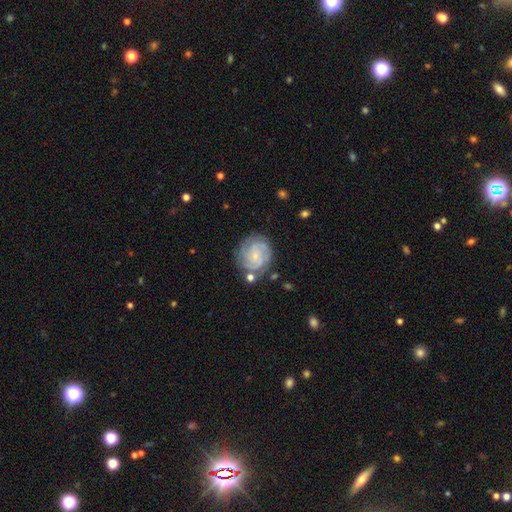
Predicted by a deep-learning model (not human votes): A featured or disk galaxy (75%) with no bar (74%), can't tell (28%, tied with 3) tight (65%) spiral arms (93%) and a small central bulge (80%).

Vote fractions:
- Smooth or featured? featured or disk: 75% / smooth: 18% / star or artifact: 7%
- Edge-on disk? no: 98% / yes: 2%
- Bar? no: 74% / weak: 23% / strong: 4%
- Spiral arms? yes: 93% / no: 7%
- Spiral winding? tight: 65% / medium: 28% / loose: 7%
- Spiral arm count? can't tell: 28% (tied) / 3: 28% (tied) / 2: 19% / 4: 15% / more than 4: 5% / 1: 5%
- Bulge size? small: 80% / moderate: 12% / none: 6% / large: 1% / dominant: 1%
- Merging? none: 72% / minor disturbance: 17% / major disturbance: 6% / merger: 5%